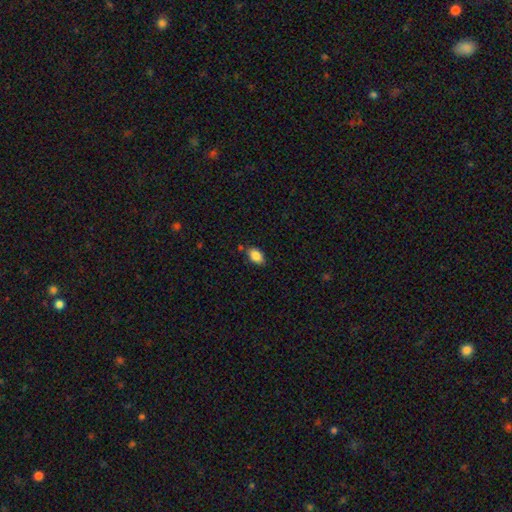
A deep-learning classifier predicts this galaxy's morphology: smooth-or-featured: smooth: 87% | star or artifact: 8% | featured or disk: 5%
  how-rounded: in between: 89% | round: 10% | cigar-shaped: 2%
  merging: none: 79% | minor disturbance: 14% | merger: 4% | major disturbance: 3%